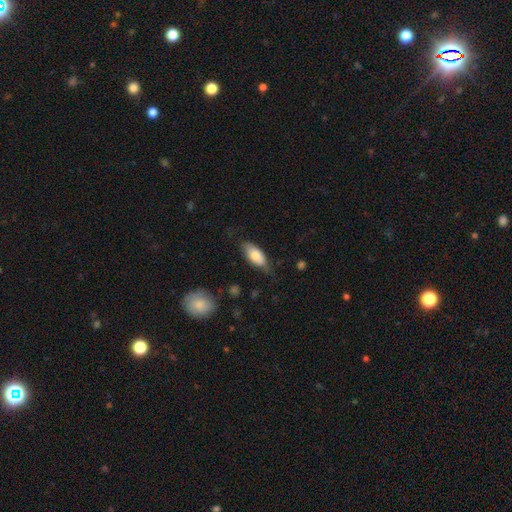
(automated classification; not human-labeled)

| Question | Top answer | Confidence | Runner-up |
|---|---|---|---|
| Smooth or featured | smooth | 73% | featured or disk (21%) |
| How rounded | in between | 84% | cigar-shaped (14%) |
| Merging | none | 62% | minor disturbance (28%) |